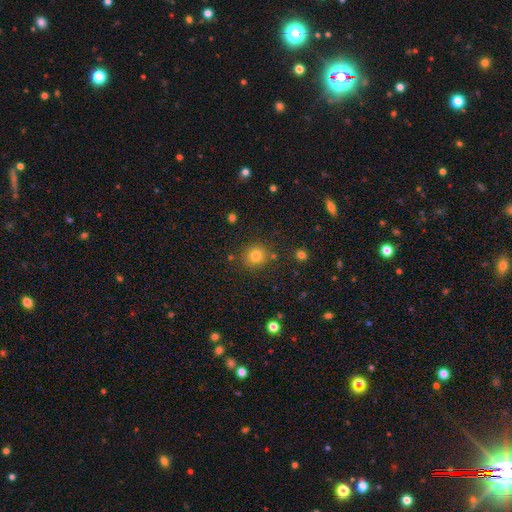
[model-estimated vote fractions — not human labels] Morphology: type=smooth (80%); roundness=round (88%); merging=none (83%).